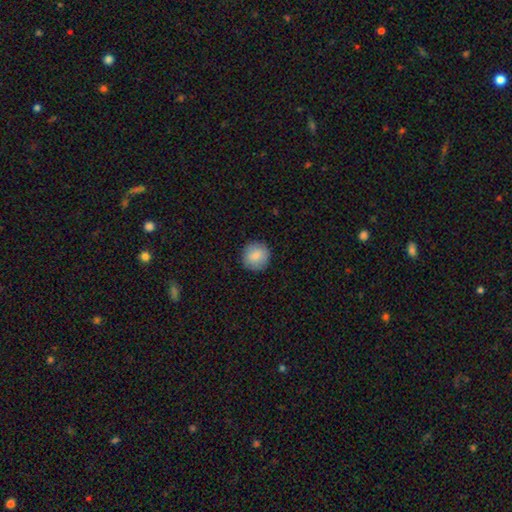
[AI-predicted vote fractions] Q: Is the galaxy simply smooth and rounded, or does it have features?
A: smooth — 86%.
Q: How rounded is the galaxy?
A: round — 93%.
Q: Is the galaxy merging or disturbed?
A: none — 89%.